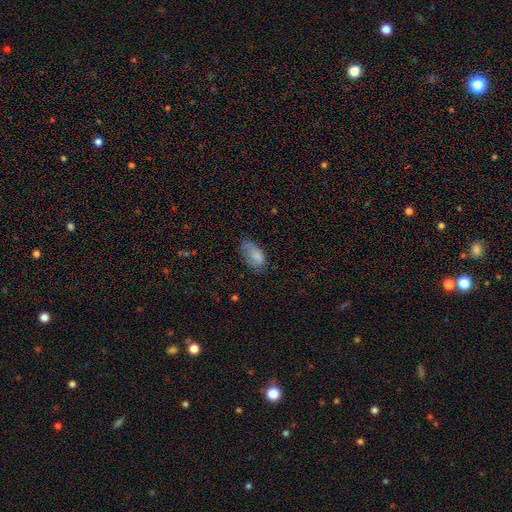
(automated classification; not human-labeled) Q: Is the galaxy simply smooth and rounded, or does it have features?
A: smooth — 78%.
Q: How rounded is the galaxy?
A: in between — 93%.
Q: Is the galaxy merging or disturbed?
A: none — 54%.